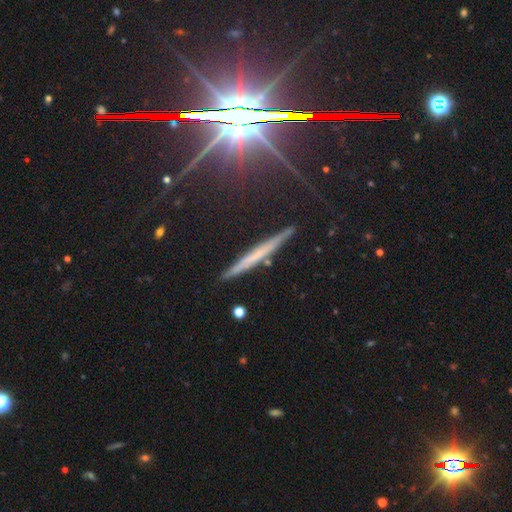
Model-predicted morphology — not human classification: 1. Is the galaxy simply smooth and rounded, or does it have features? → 47% featured or disk, 38% smooth, 15% star or artifact.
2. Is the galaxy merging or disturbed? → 87% none, 10% minor disturbance, 2% major disturbance, 2% merger.